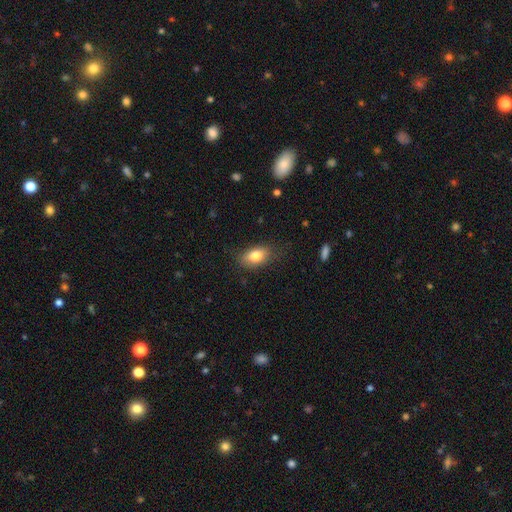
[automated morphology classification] A smooth galaxy with no disk features (81%) that is in between round and cigar-shaped (88%).

Vote fractions:
- Smooth or featured? smooth: 81% / featured or disk: 11% / star or artifact: 8%
- How rounded? in between: 88% / round: 8% / cigar-shaped: 4%
- Merging? none: 78% / minor disturbance: 16% / major disturbance: 4% / merger: 1%